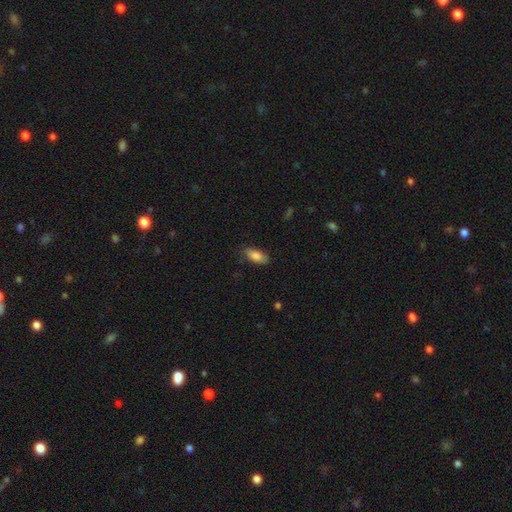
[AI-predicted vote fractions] A smooth galaxy with no disk features (85%) that is in between round and cigar-shaped (87%). Merging: none (78%).